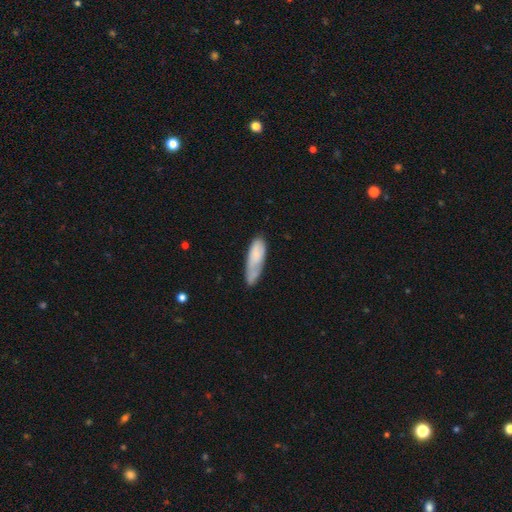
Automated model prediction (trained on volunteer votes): Smooth or featured? Predicted: smooth (p=0.73). How rounded? Predicted: cigar-shaped (p=0.50). Merging? Predicted: none (p=0.49).